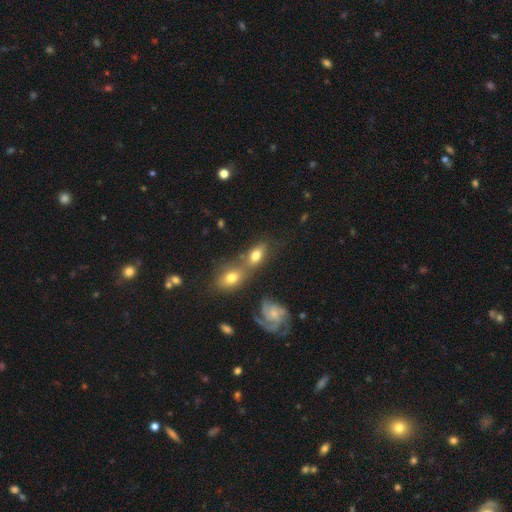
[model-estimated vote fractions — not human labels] smooth 69%, featured or disk 21%, star or artifact 11%. Down the decision tree: how rounded — in between (86%); merging — none (41%).